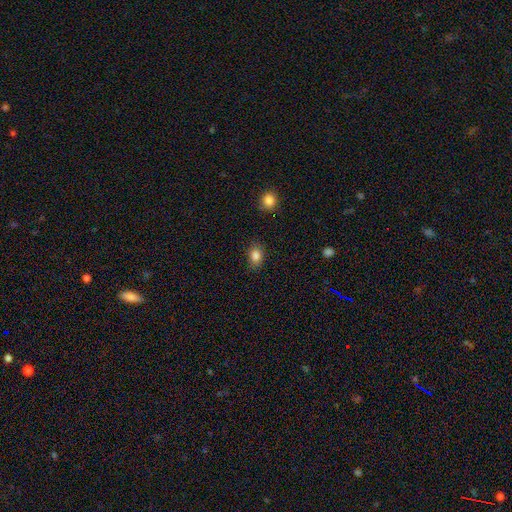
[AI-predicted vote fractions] Smooth or featured?
  - smooth: 84% *
  - star or artifact: 9%
  - featured or disk: 6%
How rounded?
  - in between: 76% *
  - round: 22%
  - cigar-shaped: 1%
Merging?
  - none: 84% *
  - minor disturbance: 12%
  - major disturbance: 3%
  - merger: 1%